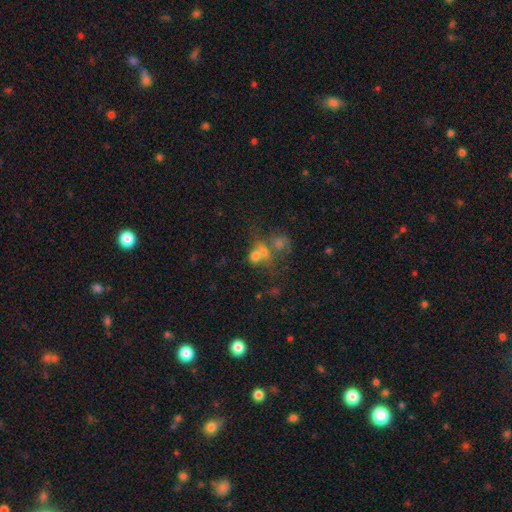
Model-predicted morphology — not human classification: The model was most divided on "how rounded": round: 55%, in between: 42%, cigar-shaped: 2%. More confident: smooth or featured — smooth (61%); merging — merger (54%).